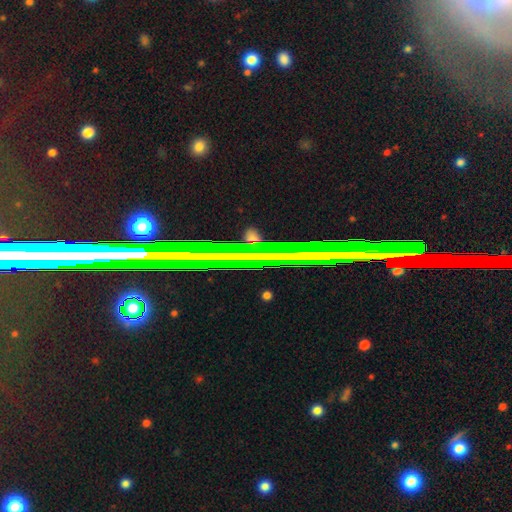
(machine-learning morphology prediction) This is likely a star or artifact rather than a galaxy (69%).